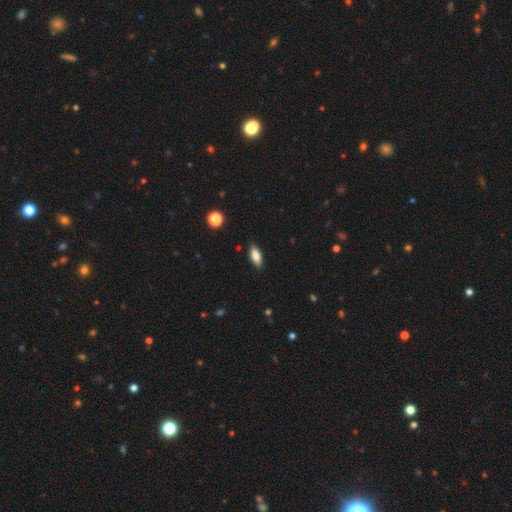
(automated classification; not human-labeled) Smooth or featured?
  - smooth: 81% *
  - featured or disk: 12%
  - star or artifact: 7%
How rounded?
  - in between: 82% *
  - cigar-shaped: 15%
  - round: 3%
Merging?
  - none: 86% *
  - minor disturbance: 11%
  - major disturbance: 2%
  - merger: 1%